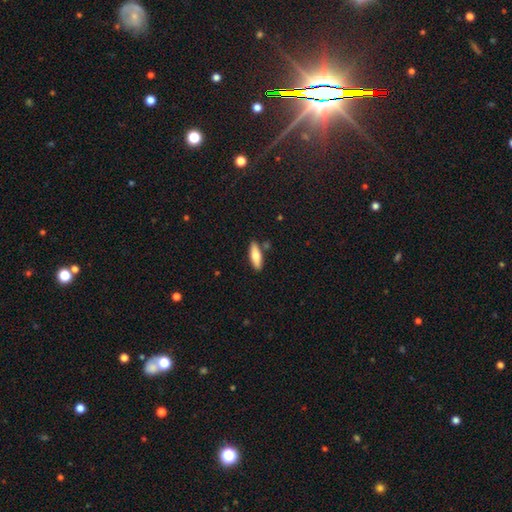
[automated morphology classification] smooth-or-featured: smooth: 75% | featured or disk: 19% | star or artifact: 6%
  how-rounded: in between: 55% | cigar-shaped: 43% | round: 2%
  merging: none: 84% | minor disturbance: 10% | merger: 4% | major disturbance: 2%